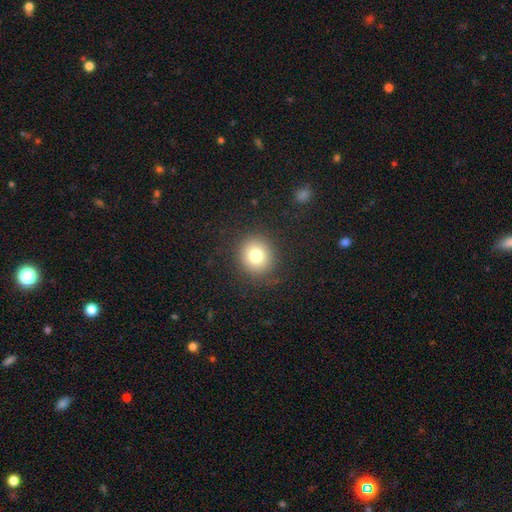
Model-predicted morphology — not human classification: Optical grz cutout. It shows a smooth galaxy with no disk features (77%) that is round (88%). Merging: none (87%).